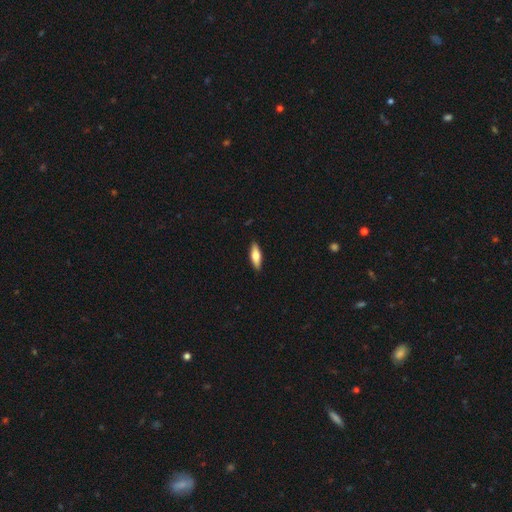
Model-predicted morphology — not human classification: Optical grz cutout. It shows a smooth galaxy with no disk features (73%) that is in between round and cigar-shaped (60%). Merging: none (89%).